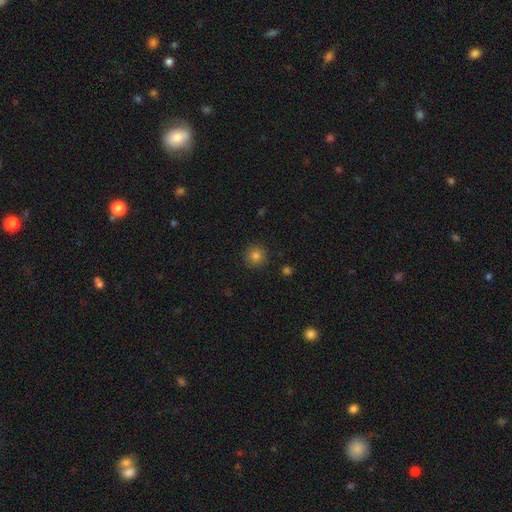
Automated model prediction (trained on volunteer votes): A smooth galaxy with no disk features (82%) that is round (94%).

Vote fractions:
- Smooth or featured? smooth: 82% / star or artifact: 12% / featured or disk: 6%
- How rounded? round: 94% / in between: 5% / cigar-shaped: 1%
- Merging? none: 90% / minor disturbance: 6% / major disturbance: 2% / merger: 1%